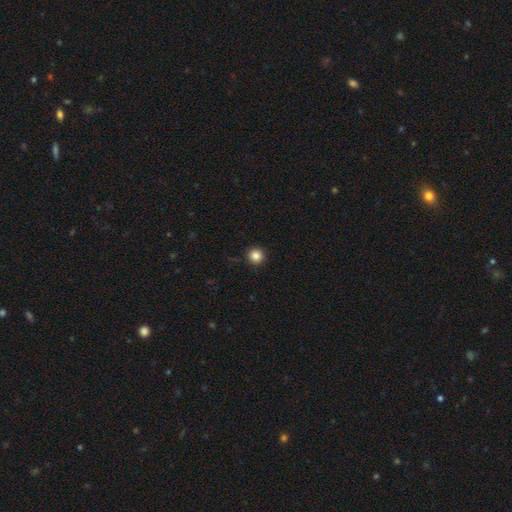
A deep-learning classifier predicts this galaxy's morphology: Smooth or featured: smooth — 84% (star or artifact — 11%)
How rounded: round — 95% (in between — 4%)
Merging: none — 92% (minor disturbance — 6%)